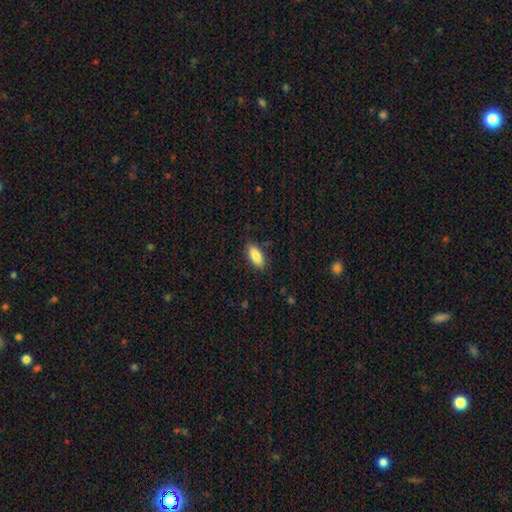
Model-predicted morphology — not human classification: Overall: smooth (85%). How rounded: in between (82%). Merging: none (84%).